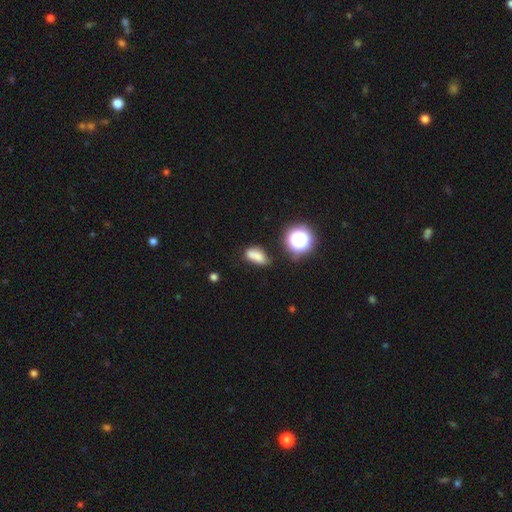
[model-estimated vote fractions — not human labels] Smooth or featured? Predicted: smooth (p=0.75). How rounded? Predicted: in between (p=0.76). Merging? Predicted: none (p=0.53).